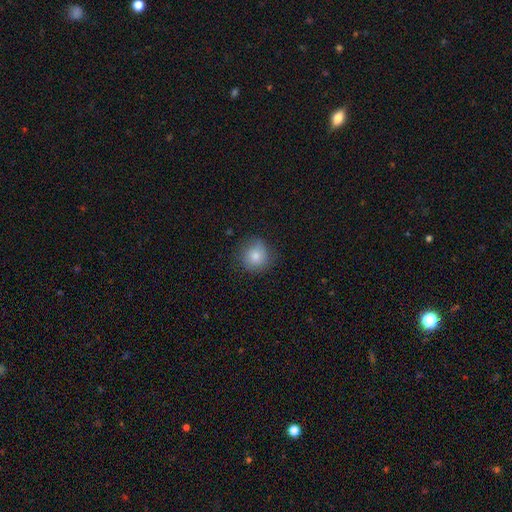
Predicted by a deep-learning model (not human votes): Morphology: type=smooth (80%); roundness=round (88%); merging=none (79%).